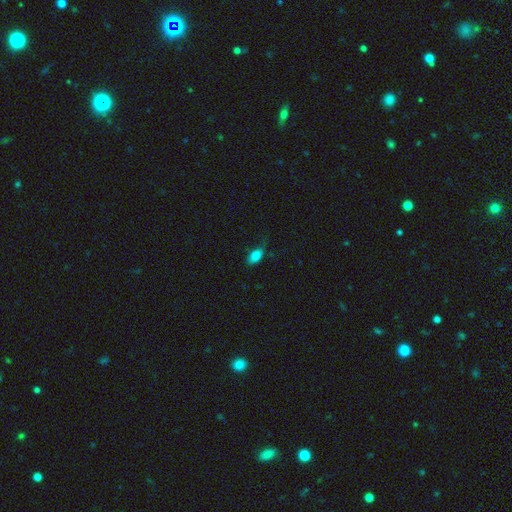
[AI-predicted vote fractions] The model was most divided on "merging": none: 61%, minor disturbance: 29%, major disturbance: 9%, merger: 2%. More confident: how rounded — in between (90%); smooth or featured — smooth (84%).